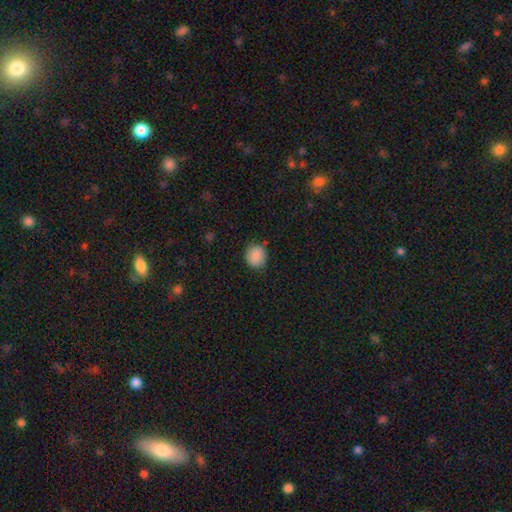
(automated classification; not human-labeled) A smooth galaxy with no disk features (88%) that is round (74%). Merging: none (80%).